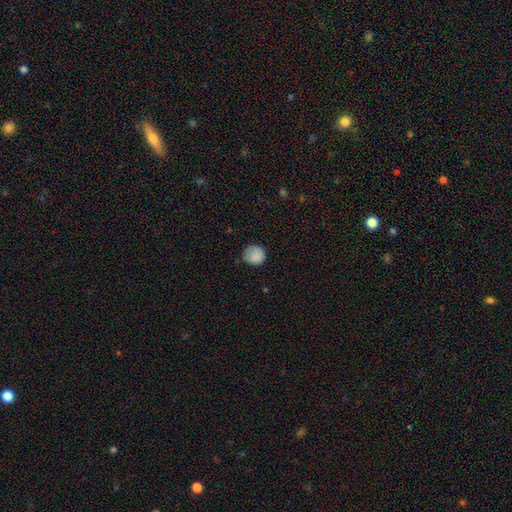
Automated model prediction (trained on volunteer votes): smooth-or-featured: smooth: 84% | star or artifact: 8% | featured or disk: 8%
  how-rounded: round: 83% | in between: 16% | cigar-shaped: 1%
  merging: none: 62% | minor disturbance: 28% | major disturbance: 8% | merger: 2%